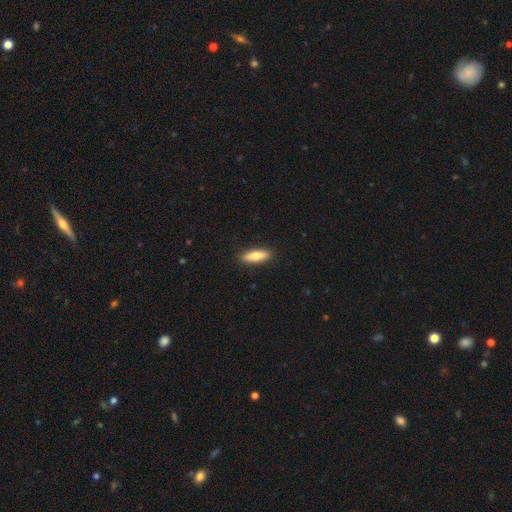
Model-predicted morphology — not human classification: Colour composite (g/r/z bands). It shows a smooth galaxy with no disk features (74%) that is cigar-shaped (53%). Merging: none (90%).